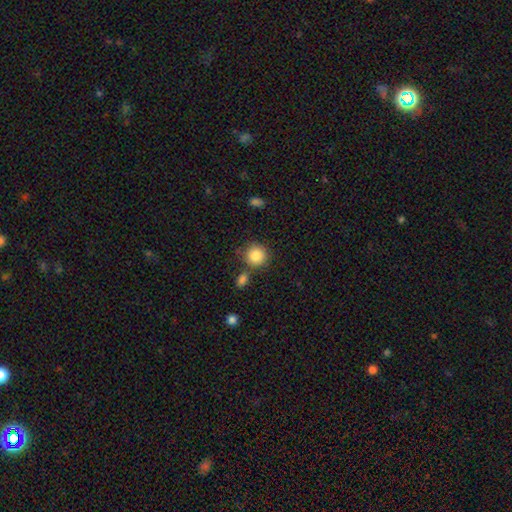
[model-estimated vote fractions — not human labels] Overall: smooth (86%). How rounded: round (91%). Merging: none (74%).